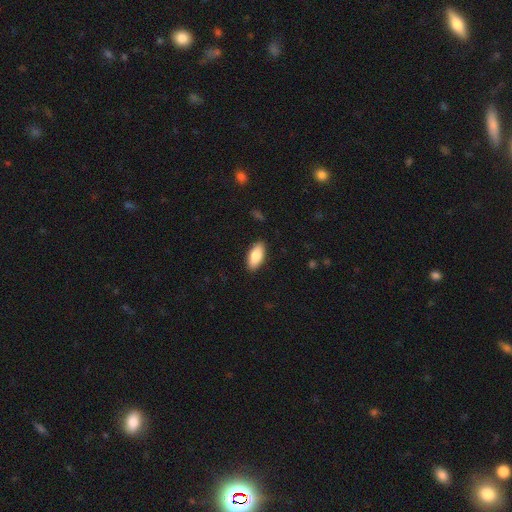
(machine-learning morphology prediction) smooth-or-featured: smooth: 83% | featured or disk: 11% | star or artifact: 6%
  how-rounded: in between: 88% | cigar-shaped: 10% | round: 2%
  merging: none: 89% | minor disturbance: 8% | major disturbance: 2% | merger: 1%